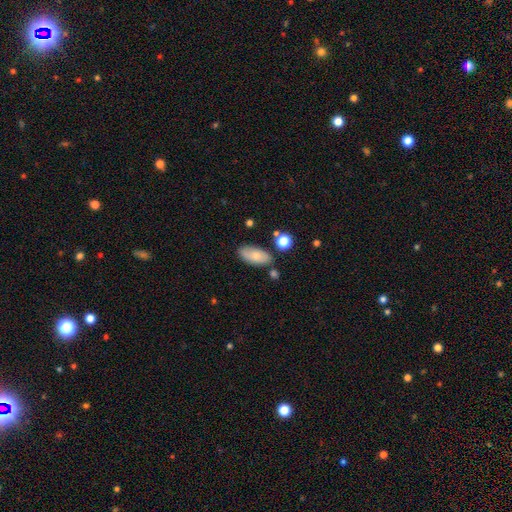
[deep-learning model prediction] The model was most divided on "smooth or featured": smooth: 72%, featured or disk: 20%, star or artifact: 8%. More confident: how rounded — in between (90%); merging — none (76%).